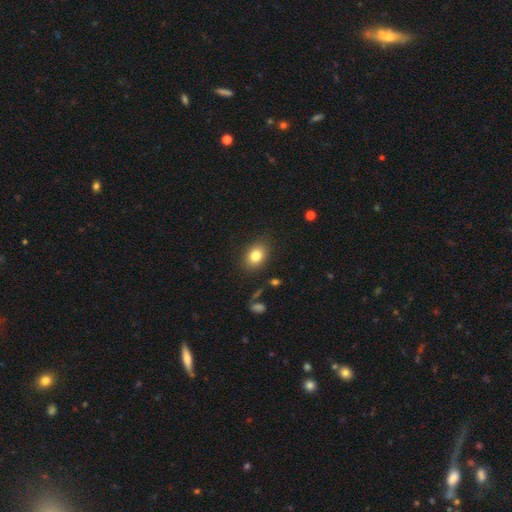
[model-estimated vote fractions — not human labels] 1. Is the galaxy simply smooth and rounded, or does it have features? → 82% smooth, 10% star or artifact, 9% featured or disk.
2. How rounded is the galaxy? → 68% in between, 31% round, 1% cigar-shaped.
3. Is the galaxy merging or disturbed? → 84% none, 11% minor disturbance, 3% major disturbance, 2% merger.